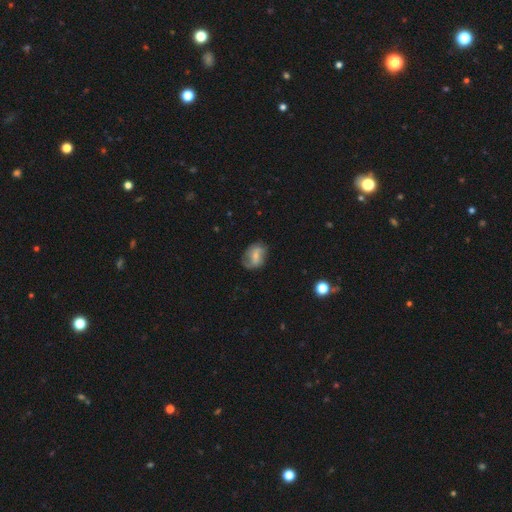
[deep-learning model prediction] This appears to be a featured or disk galaxy (50%). Merging: none (66%).